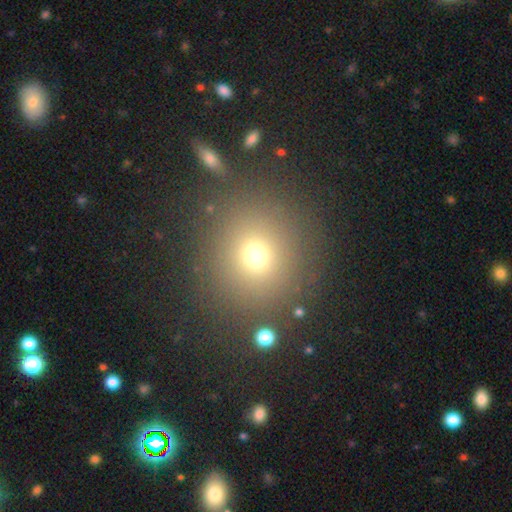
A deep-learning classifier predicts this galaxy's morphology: A smooth galaxy with no disk features (69%) that is round (89%). Merging: none (84%).